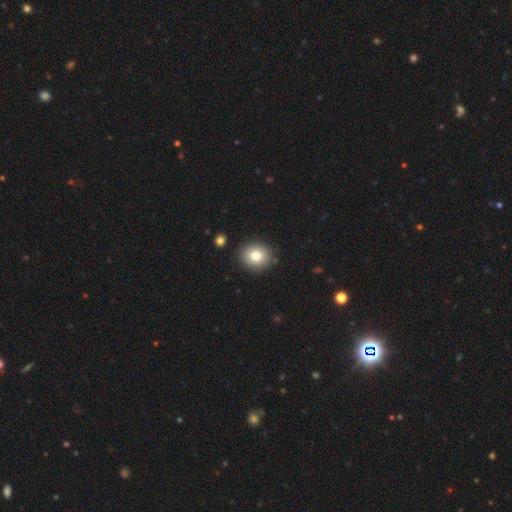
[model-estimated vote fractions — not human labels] Morphology: type=smooth (83%); roundness=round (79%); merging=none (88%).